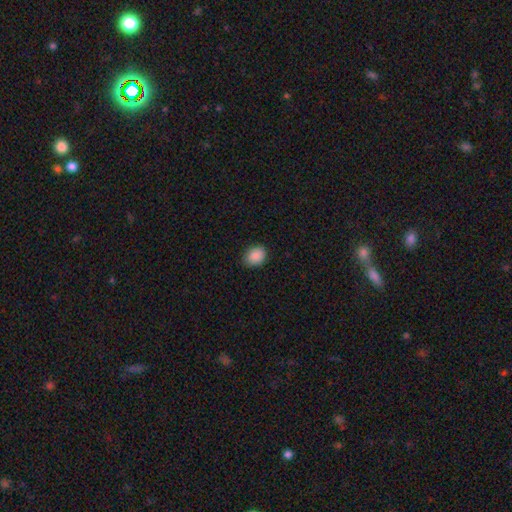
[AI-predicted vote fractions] Morphology: type=smooth (89%); roundness=in between (59%); merging=none (85%).